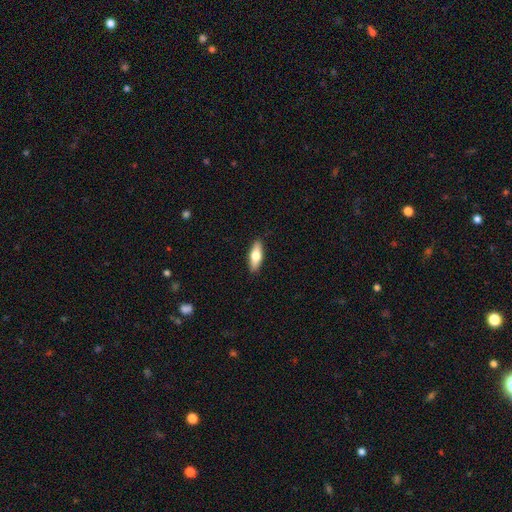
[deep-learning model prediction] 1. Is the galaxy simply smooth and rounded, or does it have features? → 65% smooth, 30% featured or disk, 6% star or artifact.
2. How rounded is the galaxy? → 61% in between, 36% cigar-shaped, 3% round.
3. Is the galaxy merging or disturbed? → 89% none, 8% minor disturbance, 2% major disturbance, 1% merger.